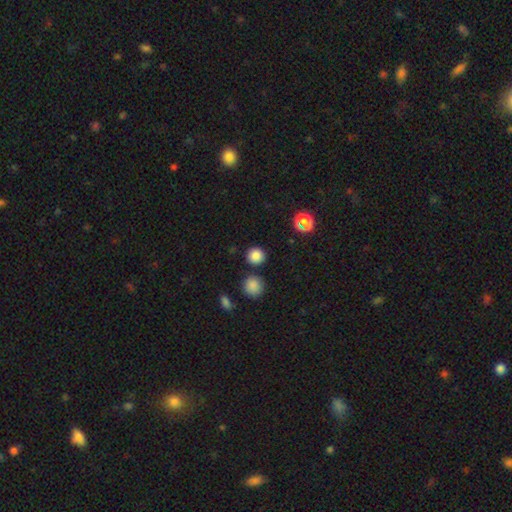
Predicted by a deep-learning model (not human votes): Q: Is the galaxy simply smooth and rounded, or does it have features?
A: smooth — 83%.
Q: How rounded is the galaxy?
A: round — 92%.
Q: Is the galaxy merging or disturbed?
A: none — 85%.